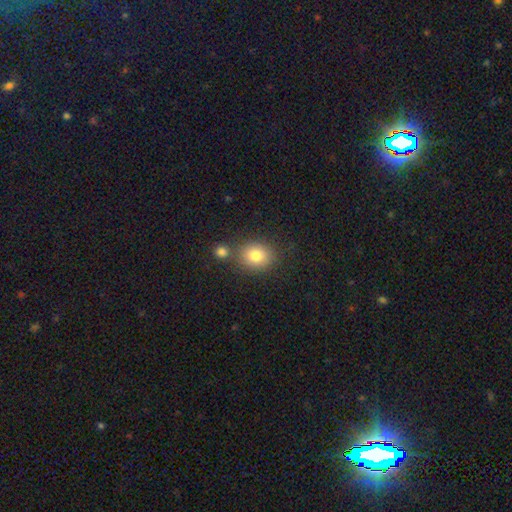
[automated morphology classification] Overall: smooth (80%). How rounded: round (61%; in between 38%). Merging: none (71%).